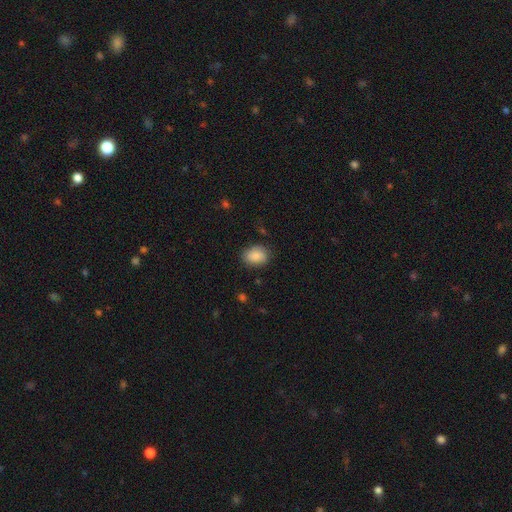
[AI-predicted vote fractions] This is clearly a smooth galaxy (87%). How rounded: likely in between (67%). Merging: clearly none (81%).